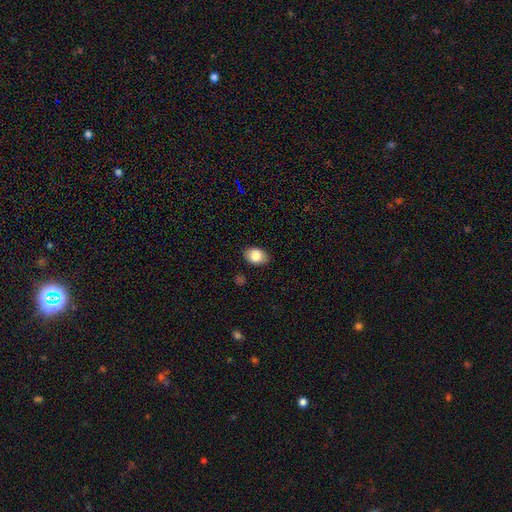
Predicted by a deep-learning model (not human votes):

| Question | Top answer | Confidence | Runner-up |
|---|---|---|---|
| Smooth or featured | smooth | 83% | featured or disk (9%) |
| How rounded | in between | 81% | round (18%) |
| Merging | none | 86% | minor disturbance (10%) |